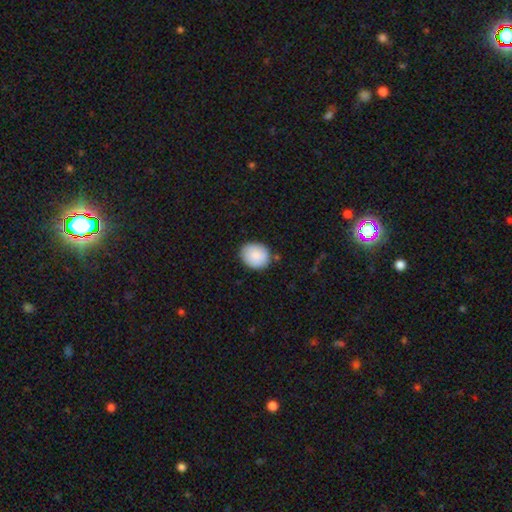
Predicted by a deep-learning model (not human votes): A smooth galaxy with no disk features (88%) that is round (70%).

Vote fractions:
- Smooth or featured? smooth: 88% / star or artifact: 6% / featured or disk: 6%
- How rounded? round: 70% / in between: 29% / cigar-shaped: 1%
- Merging? none: 82% / minor disturbance: 13% / major disturbance: 3% / merger: 2%